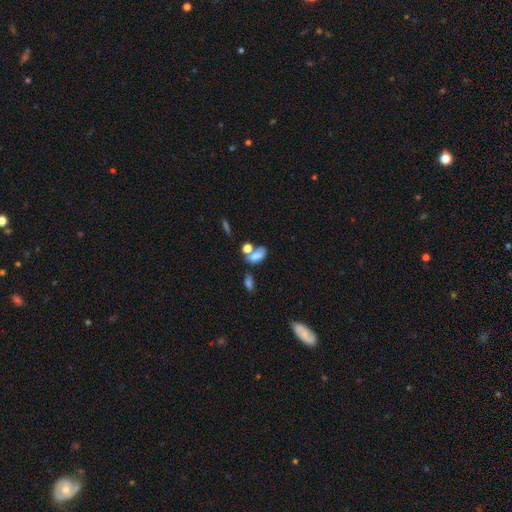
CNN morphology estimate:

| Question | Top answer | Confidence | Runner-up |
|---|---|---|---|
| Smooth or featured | smooth | 69% | featured or disk (18%) |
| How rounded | in between | 83% | round (13%) |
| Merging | merger | 42% | none (33%) |